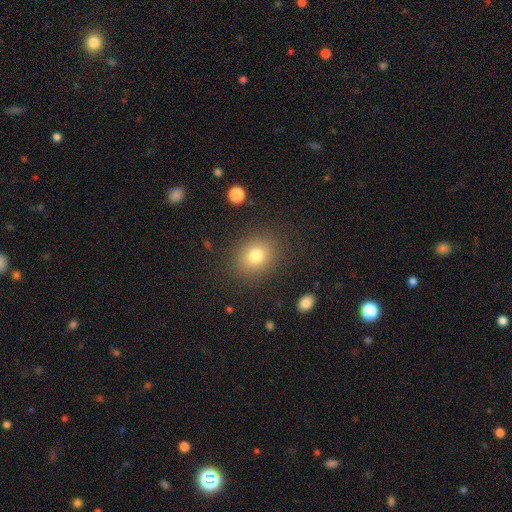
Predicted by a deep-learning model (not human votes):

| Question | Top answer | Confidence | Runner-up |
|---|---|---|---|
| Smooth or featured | smooth | 77% | star or artifact (13%) |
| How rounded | round | 59% | in between (40%) |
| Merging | none | 86% | minor disturbance (9%) |